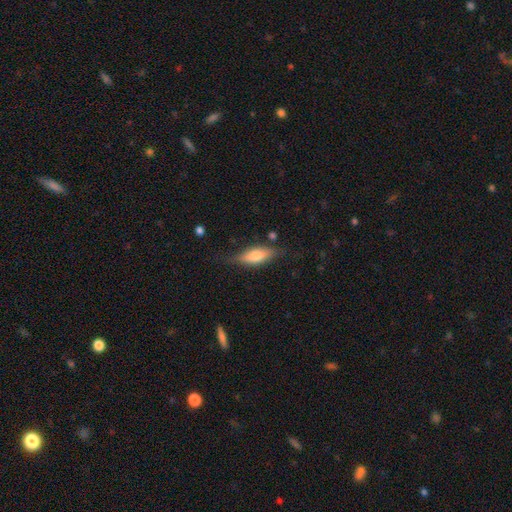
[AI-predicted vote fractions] The model was most divided on "how rounded": in between: 56%, cigar-shaped: 42%, round: 3%. More confident: merging — none (72%); smooth or featured — smooth (54%).